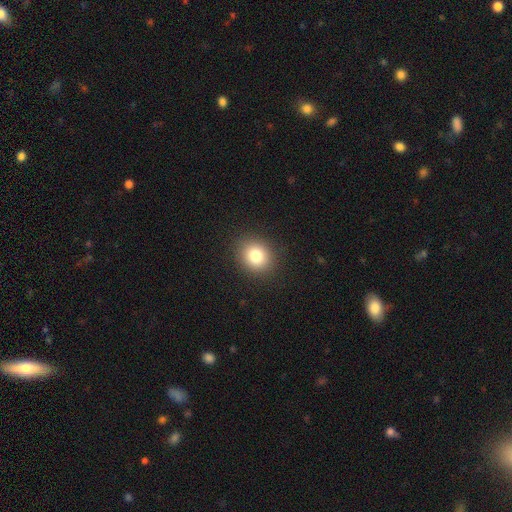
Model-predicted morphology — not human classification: Smooth or featured: smooth — 81% (star or artifact — 11%)
How rounded: round — 74% (in between — 25%)
Merging: none — 90% (minor disturbance — 7%)